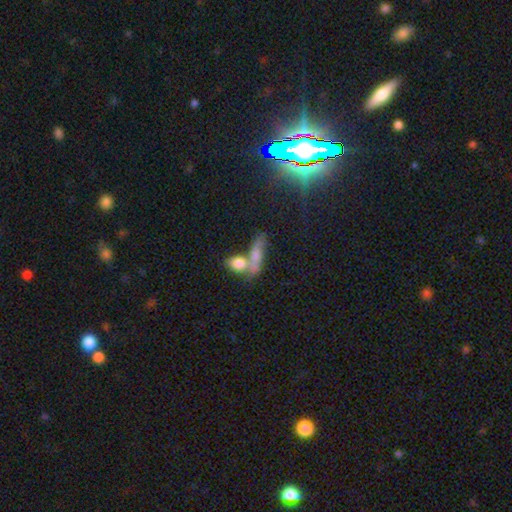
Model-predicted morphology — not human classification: This is likely a smooth galaxy (67%). How rounded: possibly in between (59%). Merging: possibly merger (52%).